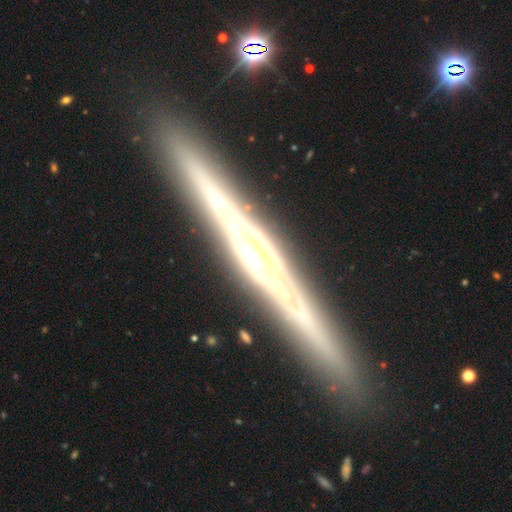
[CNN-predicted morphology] A featured or disk galaxy (84%) viewed edge-on (97%) with a rounded central bulge (54%).

Vote fractions:
- Smooth or featured? featured or disk: 84% / smooth: 9% / star or artifact: 7%
- Edge-on disk? yes: 97% / no: 3%
- Edge-on bulge? rounded: 54% / none: 25% / boxy: 21%
- Merging? none: 91% / minor disturbance: 6% / major disturbance: 1% / merger: 1%